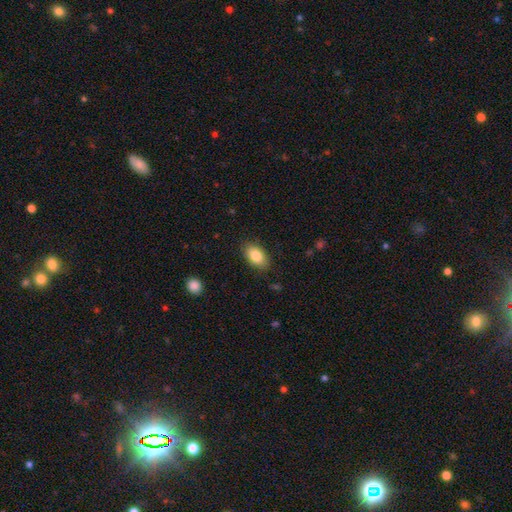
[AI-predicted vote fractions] A smooth galaxy with no disk features (84%) that is in between round and cigar-shaped (91%).

Vote fractions:
- Smooth or featured? smooth: 84% / featured or disk: 8% / star or artifact: 7%
- How rounded? in between: 91% / round: 7% / cigar-shaped: 2%
- Merging? none: 86% / minor disturbance: 11% / major disturbance: 3% / merger: 1%